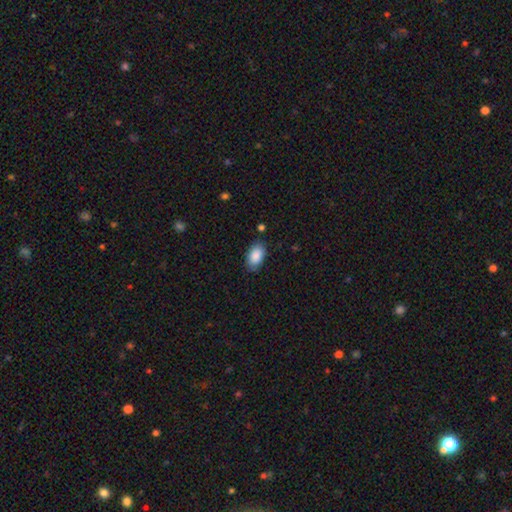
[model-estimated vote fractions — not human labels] smooth_or_featured: smooth (p=0.89) [alt: star or artifact p=0.07]
how_rounded: in between (p=0.93) [alt: round p=0.06]
merging: none (p=0.81) [alt: minor disturbance p=0.14]